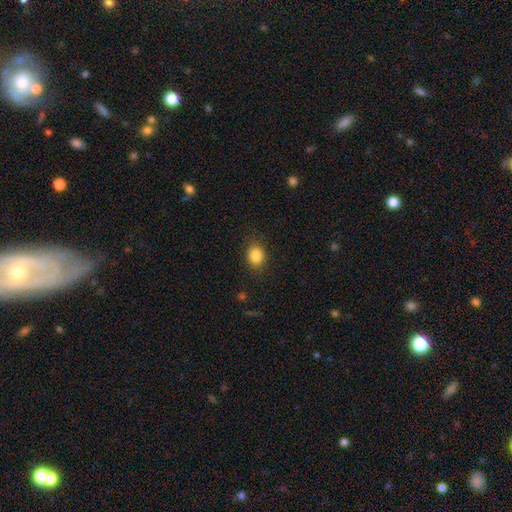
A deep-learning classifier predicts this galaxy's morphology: smooth_or_featured: smooth (p=0.85) [alt: star or artifact p=0.10]
how_rounded: round (p=0.50) [alt: in between p=0.49]
merging: none (p=0.85) [alt: minor disturbance p=0.11]